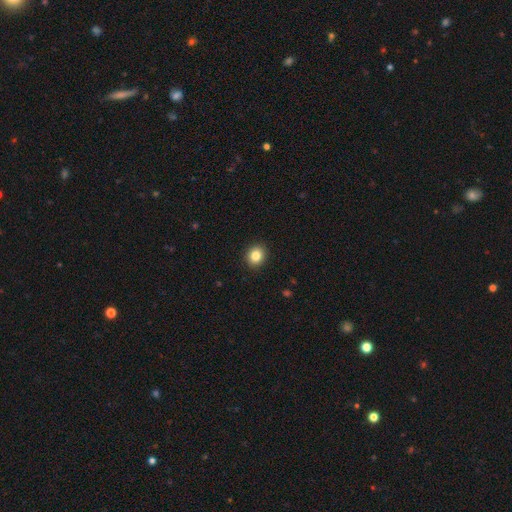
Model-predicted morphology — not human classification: smooth 84%, star or artifact 10%, featured or disk 6%. Down the decision tree: how rounded — round (80%); merging — none (92%).